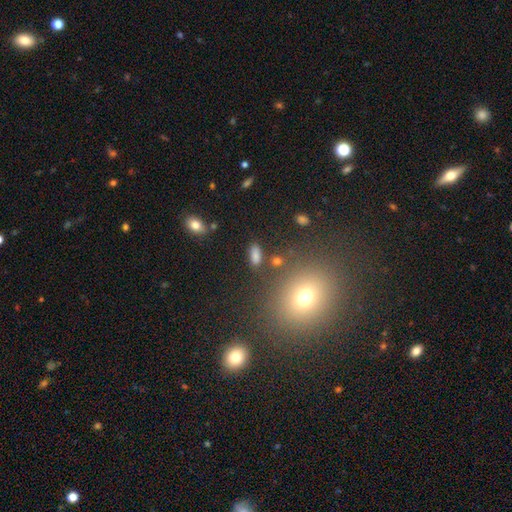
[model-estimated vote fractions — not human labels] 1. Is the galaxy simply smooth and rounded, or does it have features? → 80% smooth, 13% star or artifact, 7% featured or disk.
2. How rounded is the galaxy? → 81% in between, 12% cigar-shaped, 7% round.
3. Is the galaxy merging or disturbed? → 79% none, 11% minor disturbance, 6% merger, 4% major disturbance.